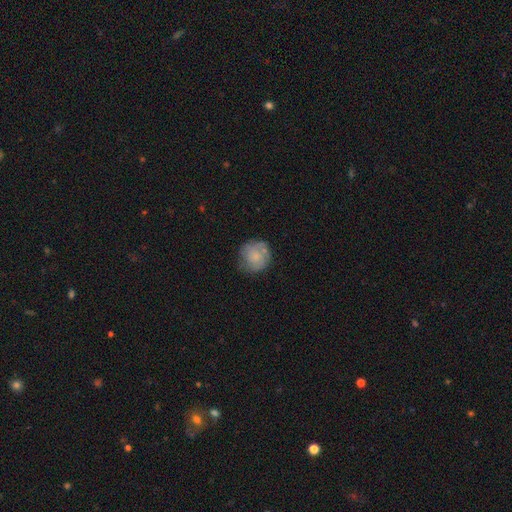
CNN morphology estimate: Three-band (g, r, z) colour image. It shows a smooth galaxy with no disk features (62%) that is round (88%). Merging: none (64%).